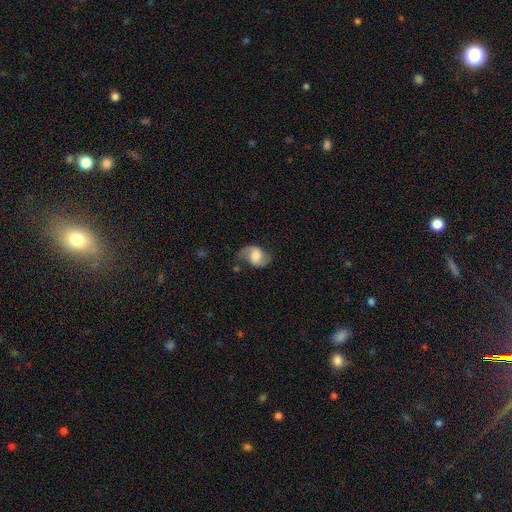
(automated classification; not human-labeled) A featured or disk galaxy (64%) with no bar (48%), 2 (89%) loose (51%) spiral arms (91%) and a large central bulge (35%).

Vote fractions:
- Smooth or featured? featured or disk: 64% / smooth: 28% / star or artifact: 8%
- Edge-on disk? no: 97% / yes: 3%
- Bar? no: 48% / weak: 39% / strong: 13%
- Spiral arms? yes: 91% / no: 9%
- Spiral winding? loose: 51% / medium: 38% / tight: 11%
- Spiral arm count? 2: 89% / 1: 4% / can't tell: 4% / 3: 1% / 4: 1% / more than 4: 1%
- Bulge size? large: 35% / moderate: 34% / small: 15% / none: 9% / dominant: 7%
- Merging? none: 63% / minor disturbance: 23% / major disturbance: 12% / merger: 3%